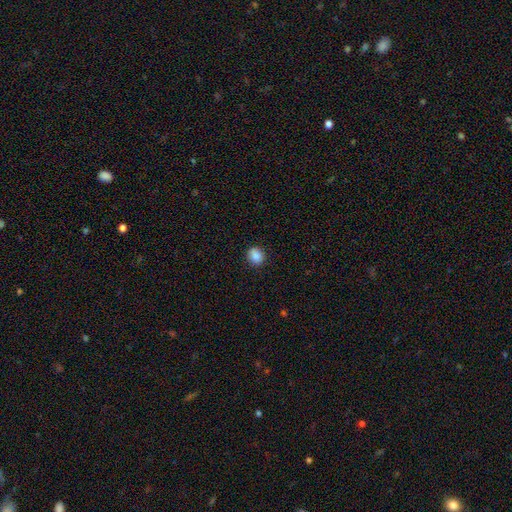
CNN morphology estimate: Q: Smooth or featured?
A: smooth (87%); runner-up: star or artifact (9%)
Q: How rounded?
A: round (68%); runner-up: in between (31%)
Q: Merging?
A: none (87%); runner-up: minor disturbance (10%)